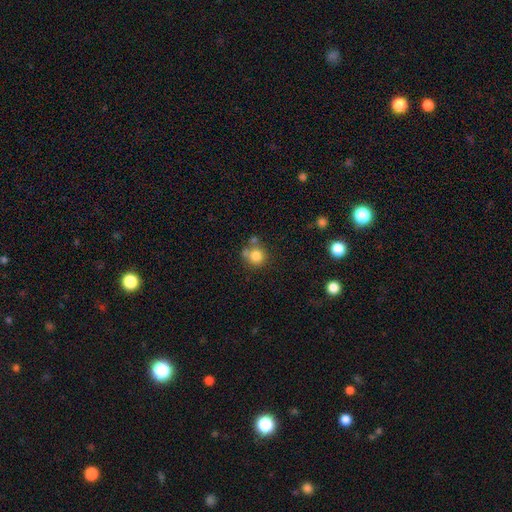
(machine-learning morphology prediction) Smooth or featured? Predicted: smooth (p=0.80). How rounded? Predicted: round (p=0.89). Merging? Predicted: none (p=0.59).